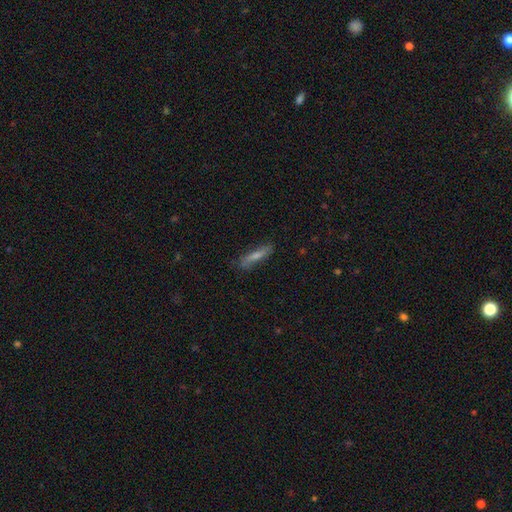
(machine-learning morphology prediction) smooth-or-featured: smooth: 52% | featured or disk: 38% | star or artifact: 10%
  how-rounded: cigar-shaped: 85% | in between: 13% | round: 2%
  merging: none: 79% | minor disturbance: 16% | major disturbance: 4% | merger: 2%